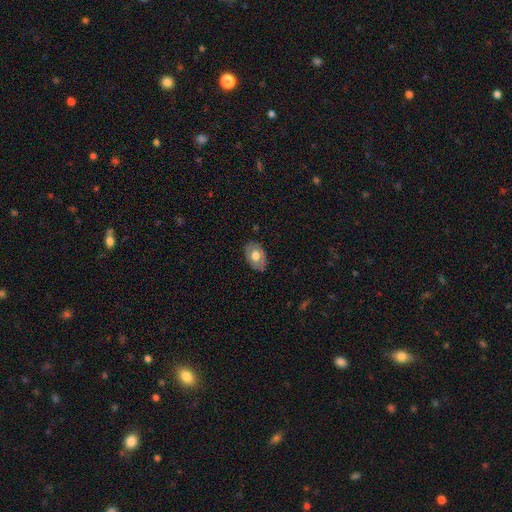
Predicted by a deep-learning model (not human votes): Smooth or featured: smooth — 58% (featured or disk — 35%)
How rounded: in between — 85% (round — 14%)
Merging: none — 81% (minor disturbance — 15%)